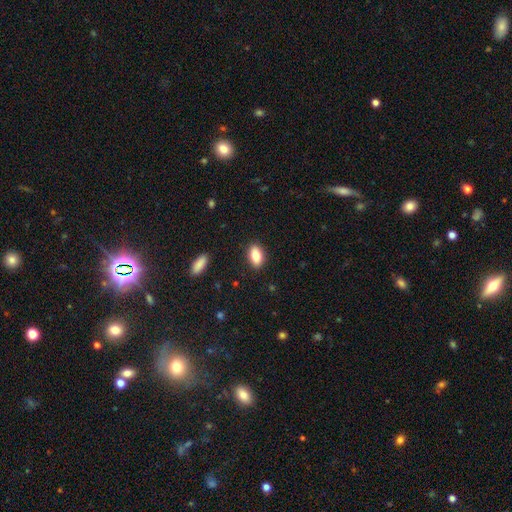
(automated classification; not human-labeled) Overall: smooth (82%). How rounded: in between (88%). Merging: none (89%).